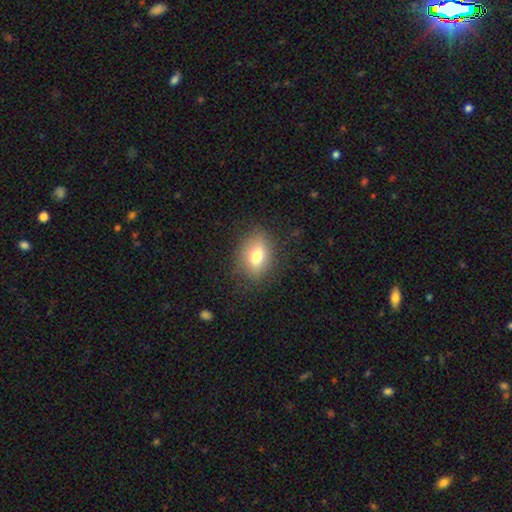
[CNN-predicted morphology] Smooth or featured: smooth — 73% (featured or disk — 17%)
How rounded: in between — 69% (round — 29%)
Merging: none — 81% (minor disturbance — 13%)